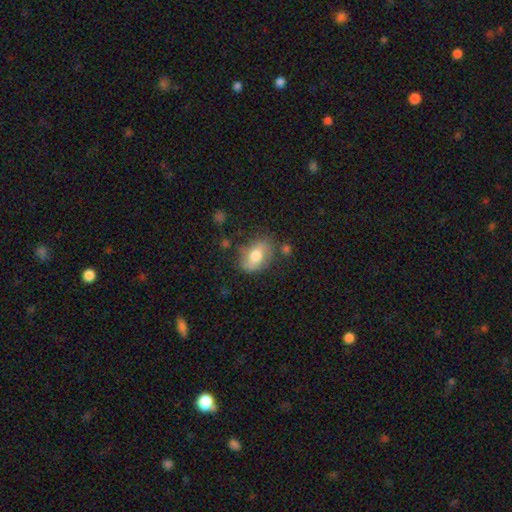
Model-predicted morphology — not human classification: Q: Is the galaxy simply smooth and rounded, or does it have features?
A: smooth — 63%.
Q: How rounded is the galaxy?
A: in between — 83%.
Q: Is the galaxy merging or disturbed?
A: none — 68%.